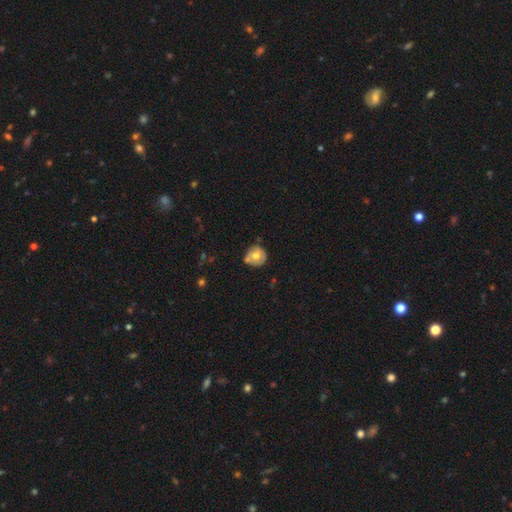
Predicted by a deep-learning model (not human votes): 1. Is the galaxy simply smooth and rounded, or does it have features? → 55% smooth, 38% featured or disk, 7% star or artifact.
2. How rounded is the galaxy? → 84% round, 15% in between, 1% cigar-shaped.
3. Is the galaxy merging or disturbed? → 59% none, 24% minor disturbance, 11% merger, 6% major disturbance.